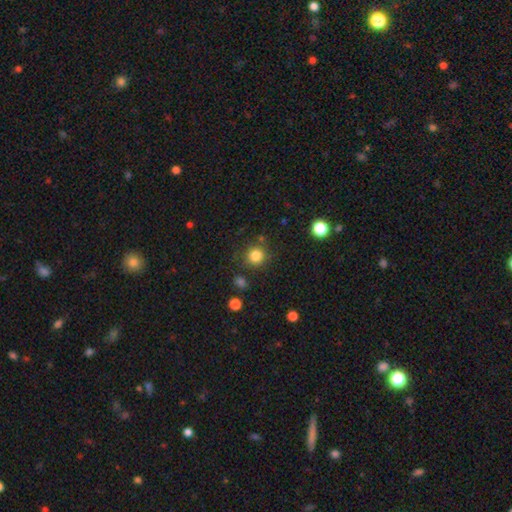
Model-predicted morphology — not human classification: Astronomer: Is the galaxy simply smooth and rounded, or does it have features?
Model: smooth — 83%.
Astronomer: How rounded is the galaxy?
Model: round — 92%.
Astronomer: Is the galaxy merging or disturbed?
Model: none — 82%.